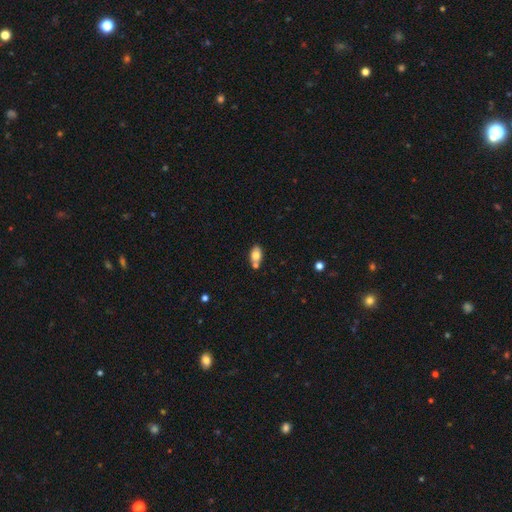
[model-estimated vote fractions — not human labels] smooth_or_featured: smooth (p=0.77) [alt: featured or disk p=0.15]
how_rounded: in between (p=0.87) [alt: round p=0.10]
merging: none (p=0.58) [alt: merger p=0.25]